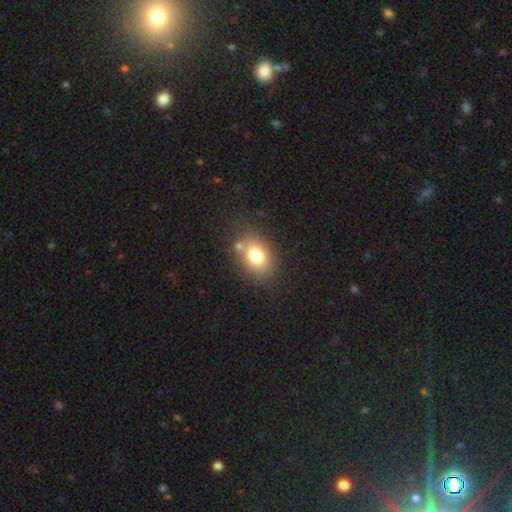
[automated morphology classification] The model was most divided on "how rounded": in between: 74%, round: 25%, cigar-shaped: 1%. More confident: smooth or featured — smooth (77%); merging — none (70%).